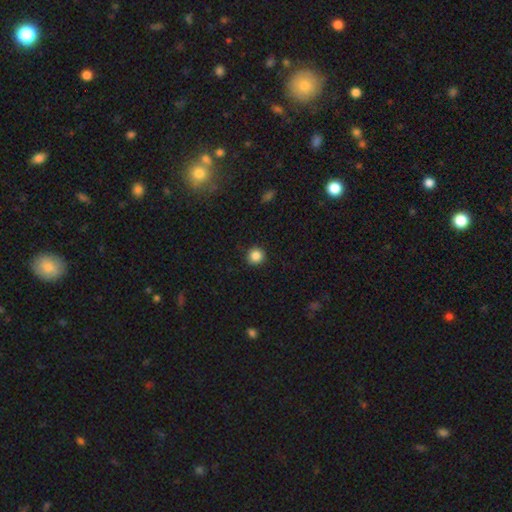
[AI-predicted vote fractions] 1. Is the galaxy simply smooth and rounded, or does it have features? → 86% smooth, 11% star or artifact, 4% featured or disk.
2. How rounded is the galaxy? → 94% round, 5% in between, 1% cigar-shaped.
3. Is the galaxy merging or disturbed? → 91% none, 6% minor disturbance, 2% major disturbance, 1% merger.